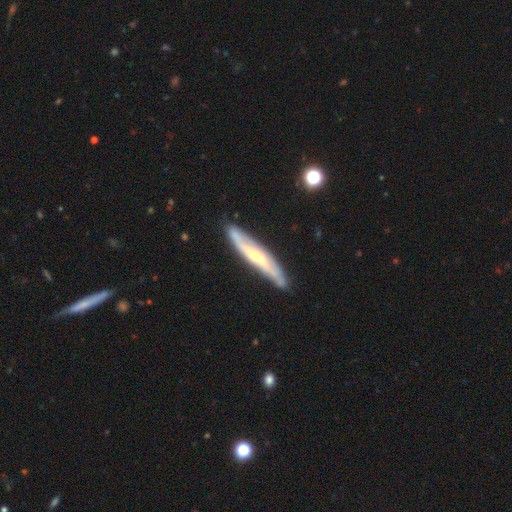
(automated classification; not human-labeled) Smooth or featured: featured or disk — 69% (smooth — 26%)
Edge-on disk: yes — 61% (no — 39%)
Merging: none — 83% (minor disturbance — 13%)